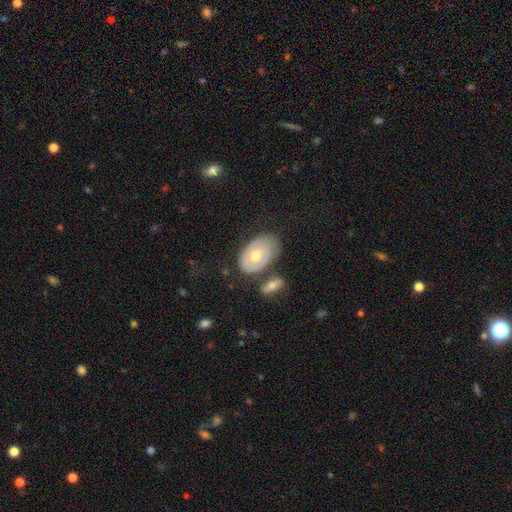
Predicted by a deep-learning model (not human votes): The model was most divided on "smooth or featured": featured or disk: 51%, smooth: 43%, star or artifact: 6%. More confident: edge-on disk — no (91%); merging — none (56%).